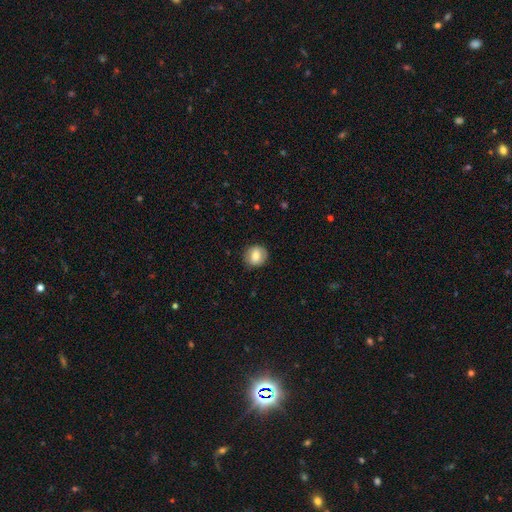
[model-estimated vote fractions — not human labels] A smooth galaxy with no disk features (76%) that is round (79%). Merging: none (85%).